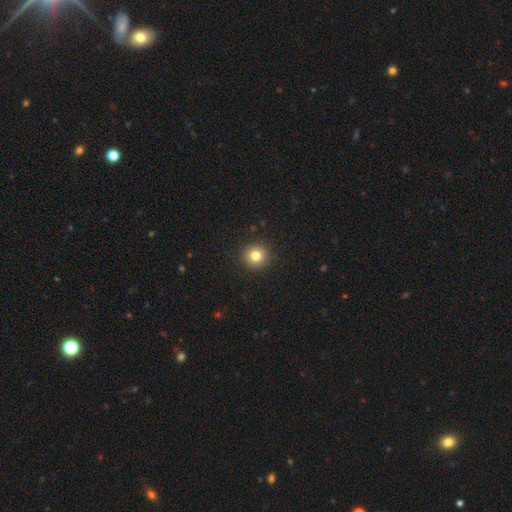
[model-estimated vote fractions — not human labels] A smooth galaxy with no disk features (81%) that is round (95%).

Vote fractions:
- Smooth or featured? smooth: 81% / star or artifact: 11% / featured or disk: 8%
- How rounded? round: 95% / in between: 4% / cigar-shaped: 1%
- Merging? none: 92% / minor disturbance: 5% / major disturbance: 2% / merger: 1%